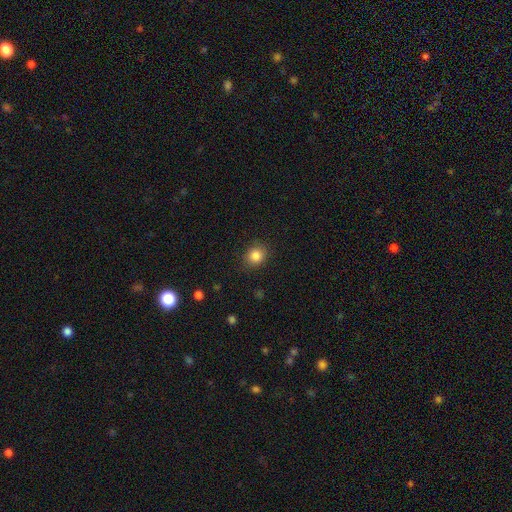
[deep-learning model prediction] smooth 84%, star or artifact 10%, featured or disk 5%. Down the decision tree: how rounded — round (72%); merging — none (86%).